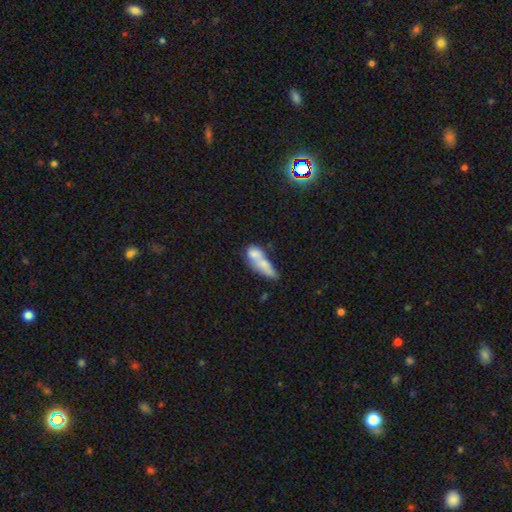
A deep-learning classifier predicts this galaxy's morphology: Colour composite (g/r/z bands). It shows a smooth galaxy with no disk features (66%) that is in between round and cigar-shaped (61%). Merging: merger (52%).